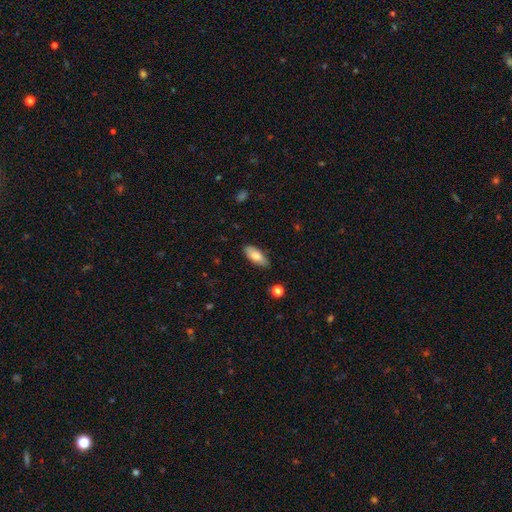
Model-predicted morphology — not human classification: Q: Smooth or featured?
A: smooth (78%); runner-up: featured or disk (16%)
Q: How rounded?
A: in between (80%); runner-up: cigar-shaped (18%)
Q: Merging?
A: none (84%); runner-up: minor disturbance (12%)